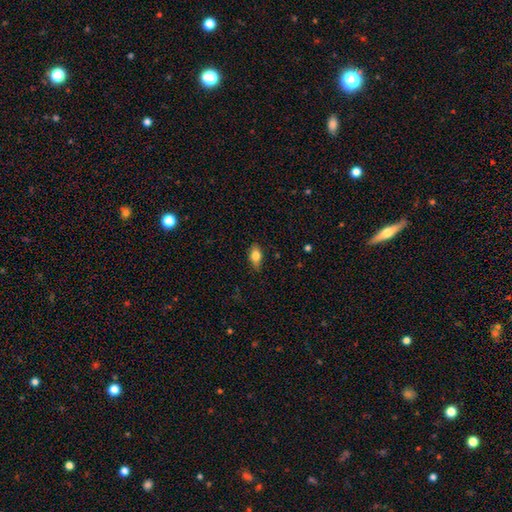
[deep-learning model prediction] Smooth or featured? Predicted: smooth (p=0.76). How rounded? Predicted: in between (p=0.83). Merging? Predicted: none (p=0.81).